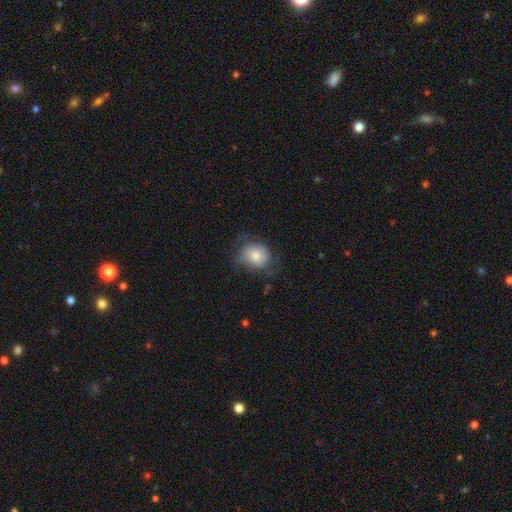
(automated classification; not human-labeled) Smooth or featured: smooth — 62% (featured or disk — 29%)
How rounded: round — 66% (in between — 33%)
Merging: none — 52% (minor disturbance — 28%)